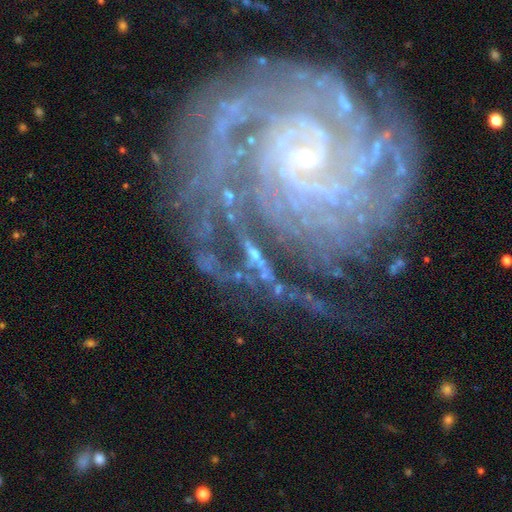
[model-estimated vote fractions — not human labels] Smooth or featured? featured or disk (77%)
Edge-on disk? no (92%)
Bar? no (50%)
Spiral arms? yes (93%)
Spiral winding? tight (59%)
Spiral arm count? can't tell (30%)
Bulge size? small (63%)
Merging? none (57%)